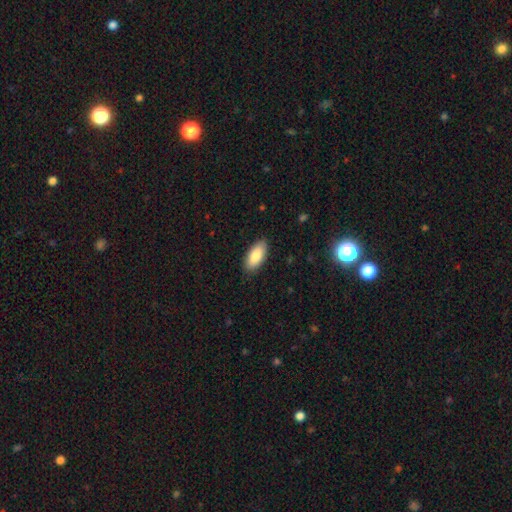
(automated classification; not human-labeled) Overall: smooth (84%). How rounded: in between (88%). Merging: none (87%).